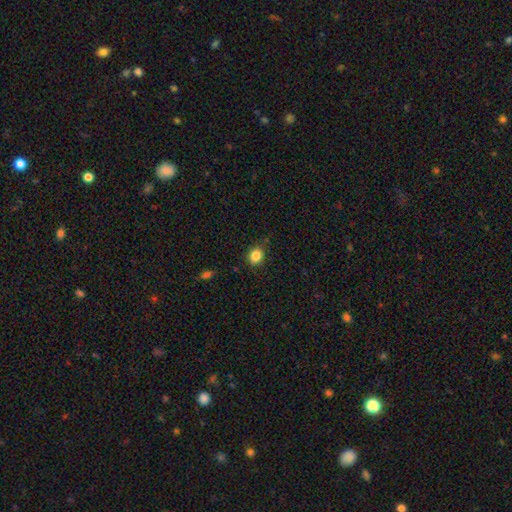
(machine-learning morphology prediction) smooth 85%, star or artifact 10%, featured or disk 4%. Down the decision tree: how rounded — round (67%); merging — none (84%).